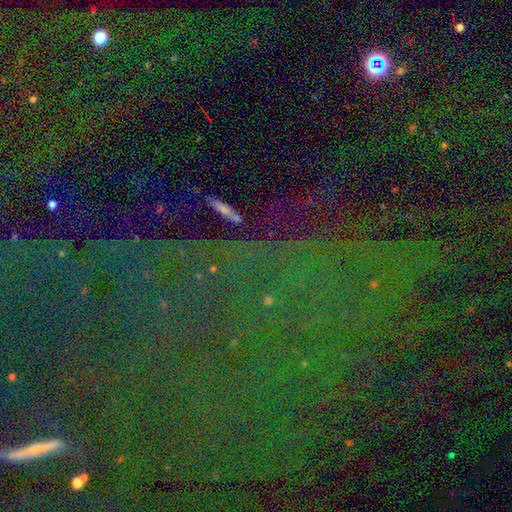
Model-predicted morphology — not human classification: This appears to be a star or artifact, not a galaxy (85%).